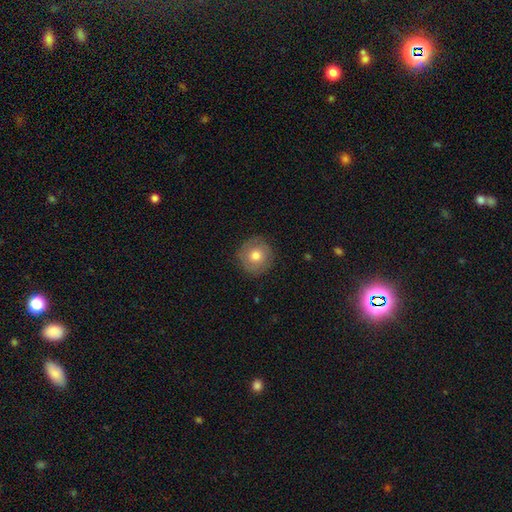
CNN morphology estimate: A smooth galaxy with no disk features (65%) that is round (94%). Merging: none (85%).